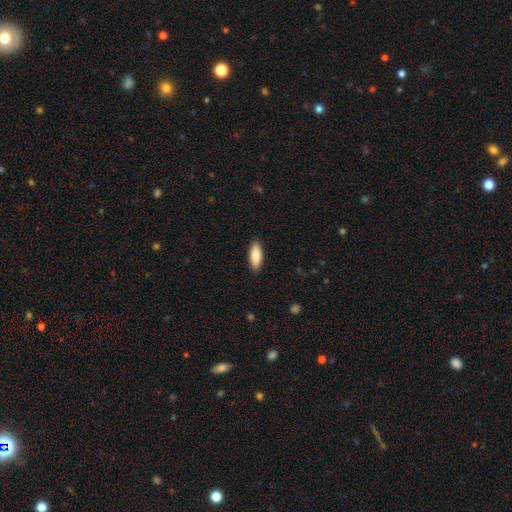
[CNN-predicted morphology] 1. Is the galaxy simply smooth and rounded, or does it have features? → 84% smooth, 10% featured or disk, 6% star or artifact.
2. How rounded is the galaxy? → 76% in between, 22% cigar-shaped, 2% round.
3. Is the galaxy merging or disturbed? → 90% none, 8% minor disturbance, 2% major disturbance, 1% merger.